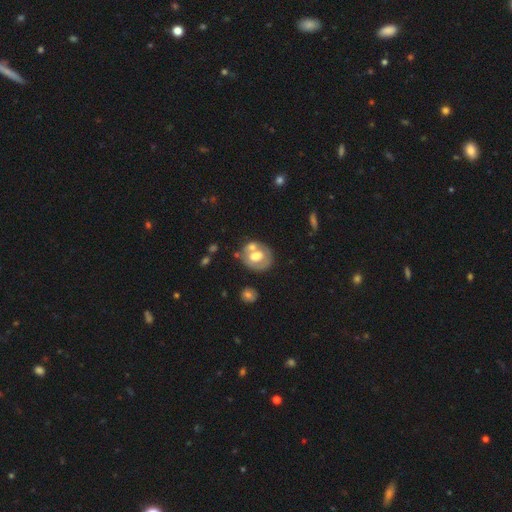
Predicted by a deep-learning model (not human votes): A featured or disk galaxy (50%).

Vote fractions:
- Smooth or featured? featured or disk: 50% / smooth: 43% / star or artifact: 7%
- Merging? none: 46% / merger: 29% / minor disturbance: 17% / major disturbance: 8%